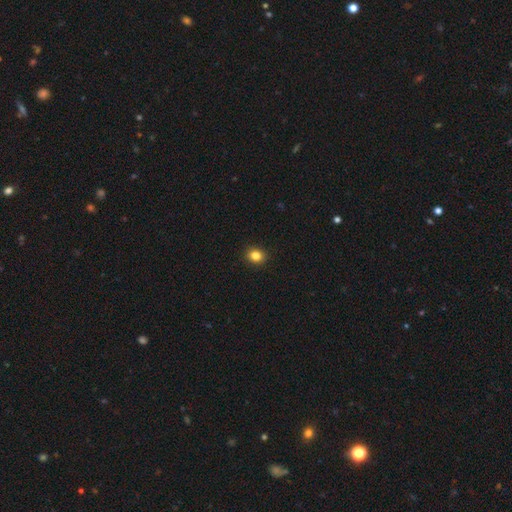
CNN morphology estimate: A smooth galaxy with no disk features (84%) that is round (67%). Merging: none (92%).